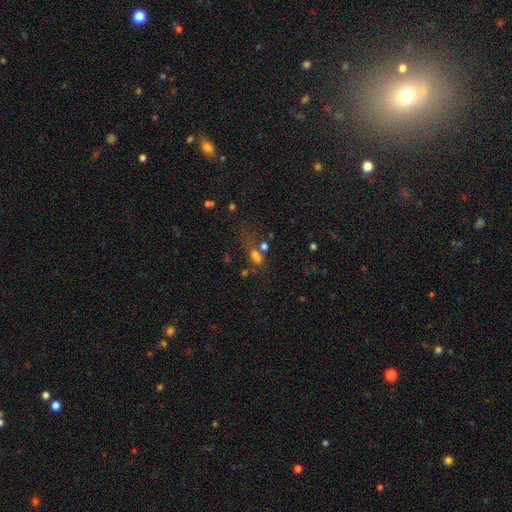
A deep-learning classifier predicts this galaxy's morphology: smooth 59%, star or artifact 25%, featured or disk 16%. Down the decision tree: how rounded — in between (72%); merging — none (34%).